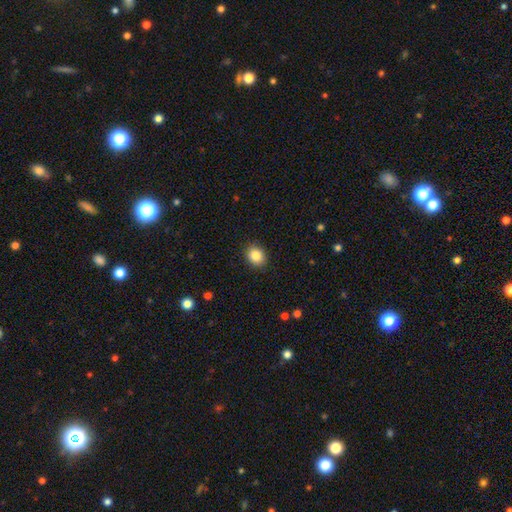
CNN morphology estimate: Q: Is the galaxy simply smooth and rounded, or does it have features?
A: smooth — 85%.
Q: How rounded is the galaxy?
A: round — 58%.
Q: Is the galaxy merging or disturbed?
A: none — 89%.